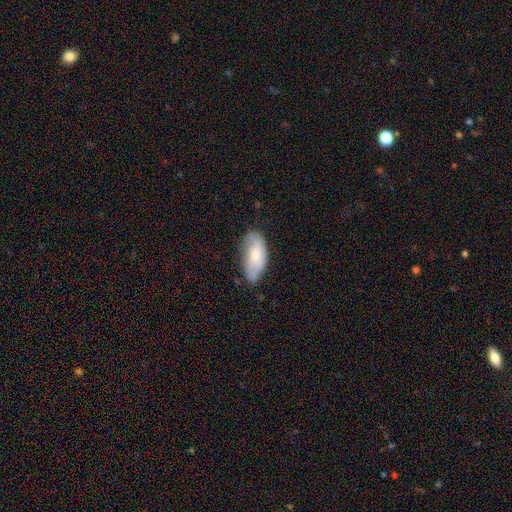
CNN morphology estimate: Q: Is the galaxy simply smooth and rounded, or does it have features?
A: smooth — 66%.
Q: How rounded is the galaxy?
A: in between — 86%.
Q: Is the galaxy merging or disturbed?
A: none — 65%.